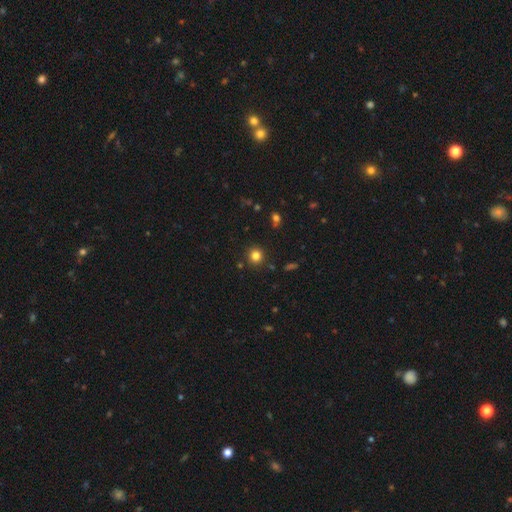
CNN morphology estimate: Overall: smooth (80%). How rounded: round (92%). Merging: none (89%).